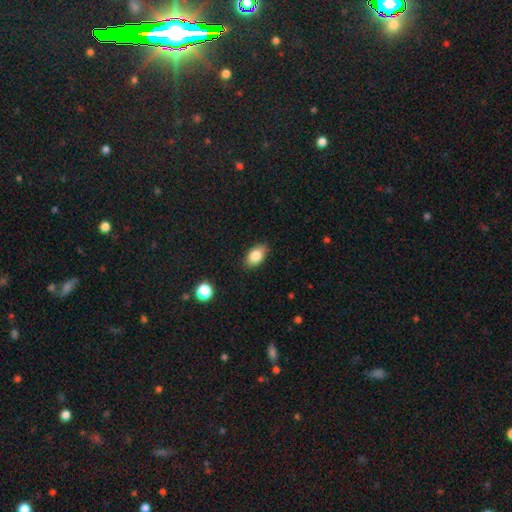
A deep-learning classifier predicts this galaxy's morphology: This appears to be a smooth galaxy with no disk features (84%) that is in between round and cigar-shaped (88%). Merging: none (85%).